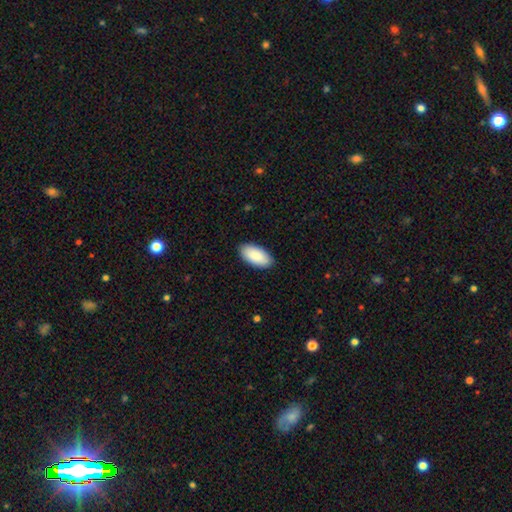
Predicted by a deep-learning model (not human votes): smooth_or_featured: smooth (p=0.91) [alt: star or artifact p=0.05]
how_rounded: in between (p=0.95) [alt: cigar-shaped p=0.04]
merging: none (p=0.89) [alt: minor disturbance p=0.09]